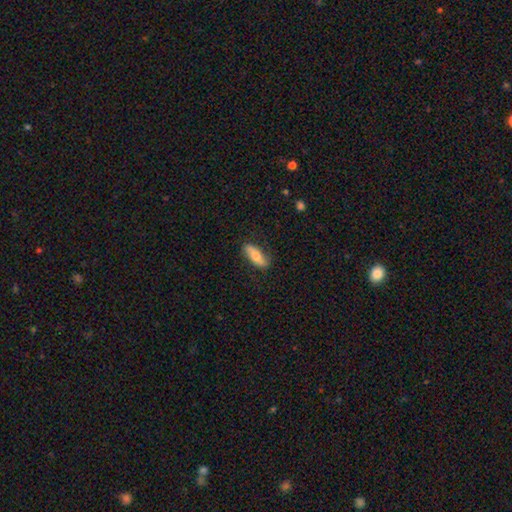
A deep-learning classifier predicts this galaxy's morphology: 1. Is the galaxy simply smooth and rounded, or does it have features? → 63% smooth, 31% featured or disk, 6% star or artifact.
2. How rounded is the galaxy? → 61% in between, 36% cigar-shaped, 3% round.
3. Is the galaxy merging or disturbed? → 80% none, 15% minor disturbance, 4% major disturbance, 1% merger.